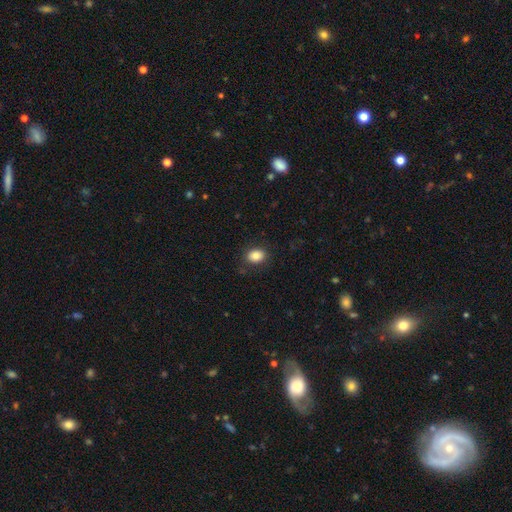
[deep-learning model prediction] Q: Smooth or featured?
A: smooth (84%); runner-up: star or artifact (9%)
Q: How rounded?
A: in between (67%); runner-up: round (32%)
Q: Merging?
A: none (85%); runner-up: minor disturbance (11%)